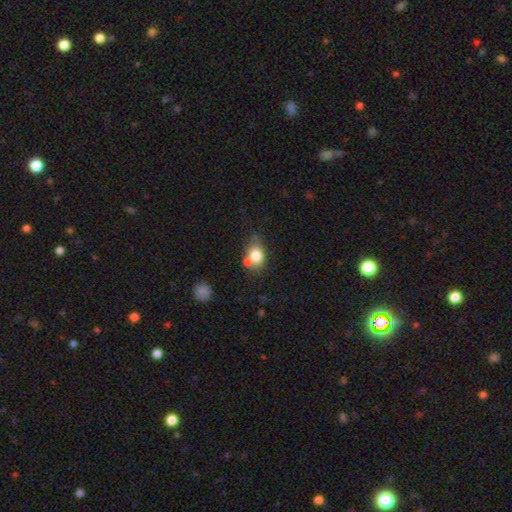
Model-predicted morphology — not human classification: Smooth or featured? smooth (77%)
How rounded? in between (62%)
Merging? none (48%)